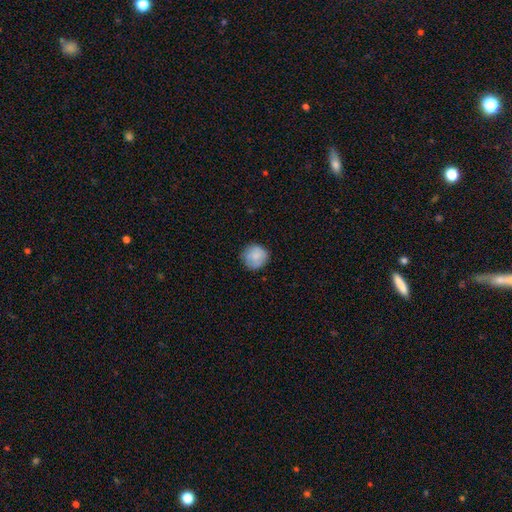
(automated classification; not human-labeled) The model was most divided on "merging": none: 83%, minor disturbance: 13%, major disturbance: 3%, merger: 1%. More confident: how rounded — round (93%); smooth or featured — smooth (83%).